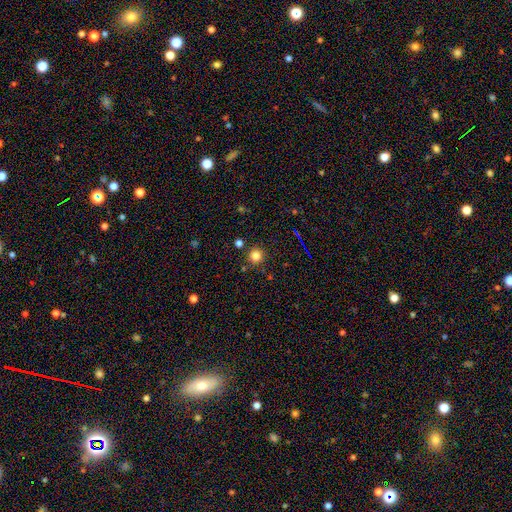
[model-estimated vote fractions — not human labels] Overall: smooth (81%). How rounded: round (95%). Merging: none (88%).